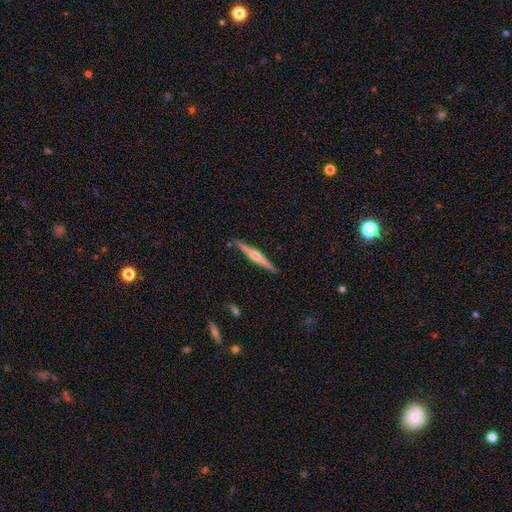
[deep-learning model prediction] Smooth or featured? featured or disk (68%)
Edge-on disk? yes (98%)
Edge-on bulge? rounded (78%)
Merging? none (89%)